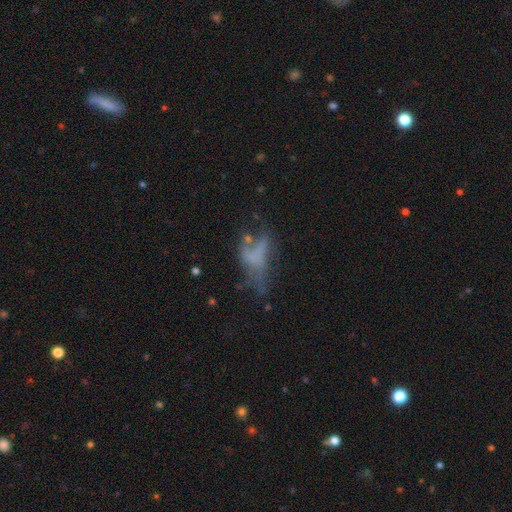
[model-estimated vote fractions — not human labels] Smooth or featured: featured or disk — 43% (smooth — 39%)
Merging: major disturbance — 41% (none — 28%)